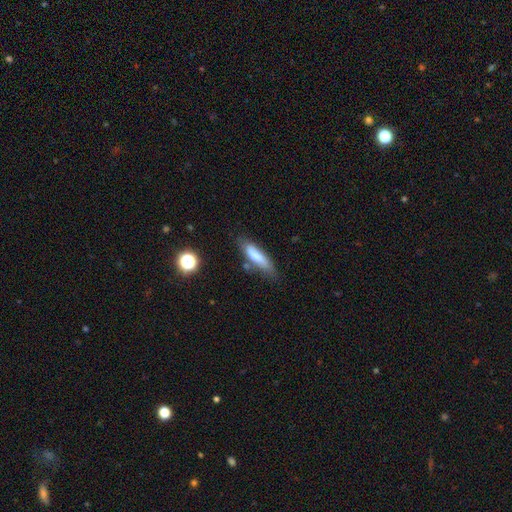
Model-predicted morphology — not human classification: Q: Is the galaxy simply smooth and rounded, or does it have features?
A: smooth — 77%.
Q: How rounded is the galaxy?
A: cigar-shaped — 66%.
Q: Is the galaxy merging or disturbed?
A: none — 65%.